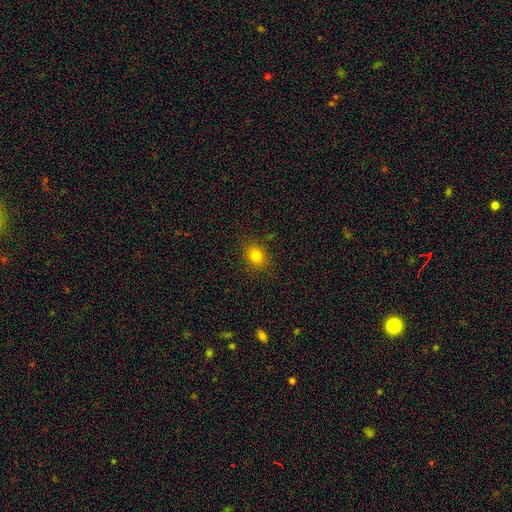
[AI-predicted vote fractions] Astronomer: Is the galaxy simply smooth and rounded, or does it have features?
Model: smooth — 80%.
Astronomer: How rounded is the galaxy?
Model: round — 50% (runner-up: in between, 49%).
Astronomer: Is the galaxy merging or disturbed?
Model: none — 86%.